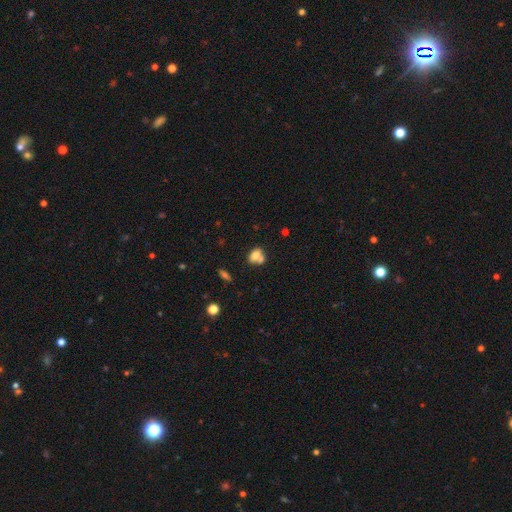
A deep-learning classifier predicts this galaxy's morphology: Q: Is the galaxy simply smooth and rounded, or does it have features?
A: smooth — 72%.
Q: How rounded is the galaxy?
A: in between — 62%.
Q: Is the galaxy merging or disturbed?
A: merger — 47%.